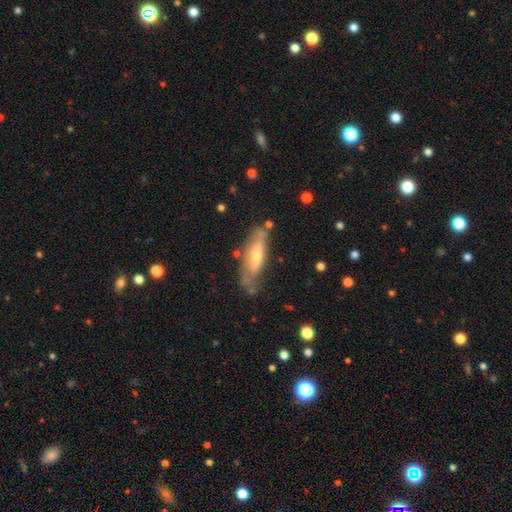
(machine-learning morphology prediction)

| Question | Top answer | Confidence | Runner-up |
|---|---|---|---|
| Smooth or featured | featured or disk | 51% | smooth (43%) |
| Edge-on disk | no | 52% | yes (48%) |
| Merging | none | 65% | minor disturbance (23%) |